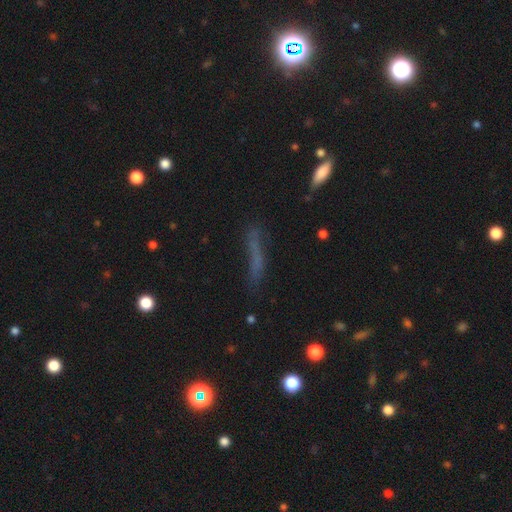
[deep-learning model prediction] The model was most divided on "smooth or featured": smooth: 53%, featured or disk: 28%, star or artifact: 19%. More confident: how rounded — cigar-shaped (83%); merging — none (60%).